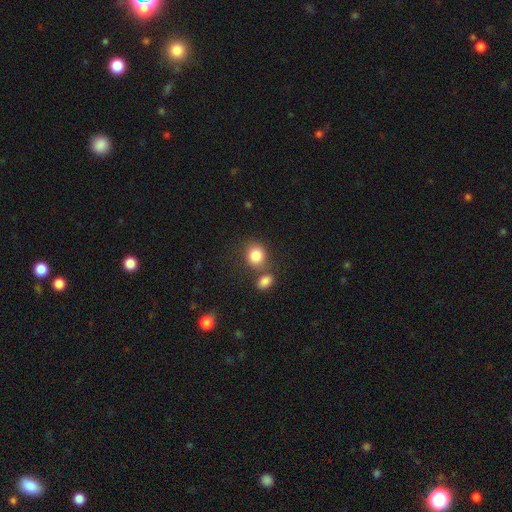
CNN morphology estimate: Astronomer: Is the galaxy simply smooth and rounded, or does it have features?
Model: smooth — 84%.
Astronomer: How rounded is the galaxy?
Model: round — 73%.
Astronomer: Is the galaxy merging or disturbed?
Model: none — 59%.